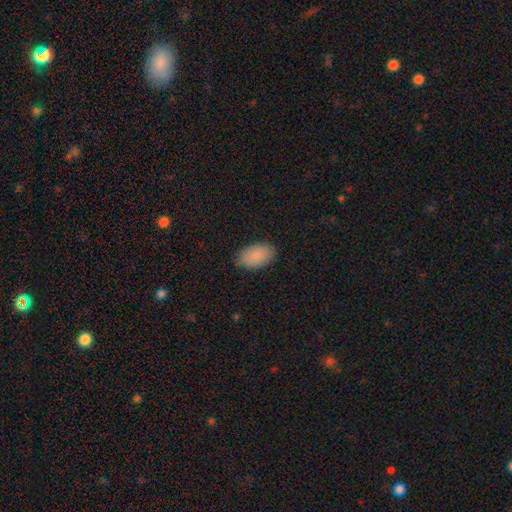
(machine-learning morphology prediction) Smooth or featured? smooth (88%)
How rounded? in between (94%)
Merging? none (84%)